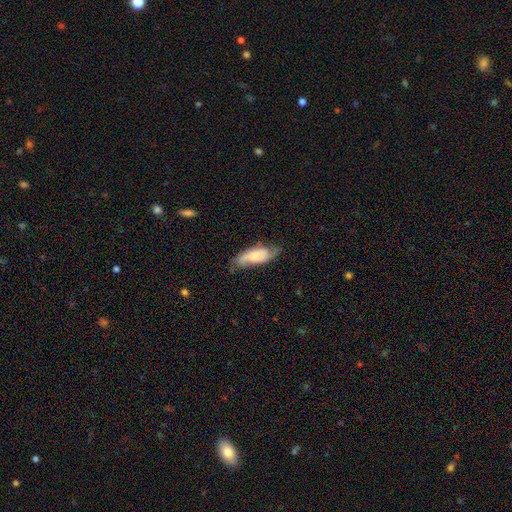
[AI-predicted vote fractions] A featured or disk galaxy (49%). Merging: none (60%).